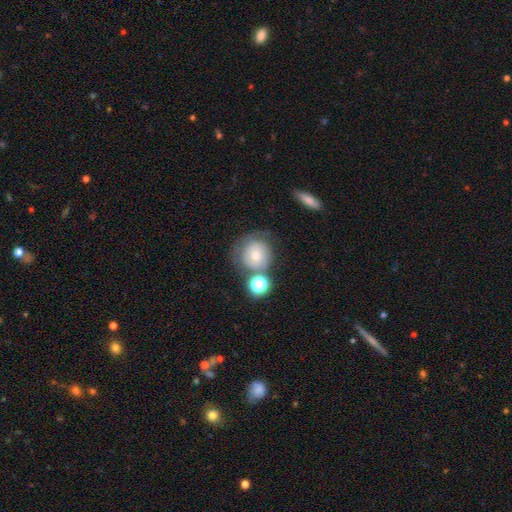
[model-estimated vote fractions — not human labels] A smooth galaxy with no disk features (45%). Merging: none (54%).